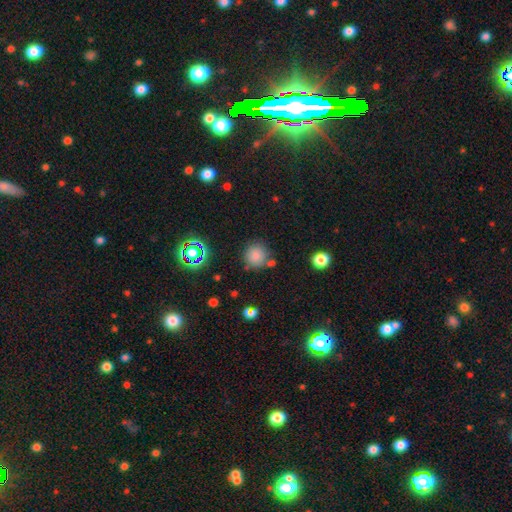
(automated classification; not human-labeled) This is clearly a smooth galaxy (80%). How rounded: clearly round (90%). Merging: likely none (72%).